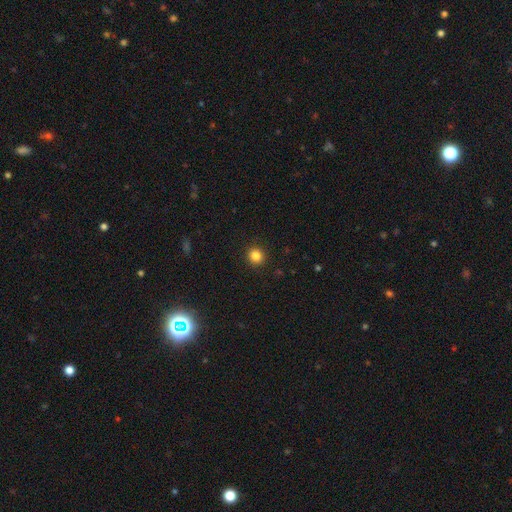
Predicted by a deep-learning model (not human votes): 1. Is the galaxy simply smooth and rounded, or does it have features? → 84% smooth, 12% star or artifact, 4% featured or disk.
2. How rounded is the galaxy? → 92% round, 7% in between, 1% cigar-shaped.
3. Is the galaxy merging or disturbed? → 92% none, 5% minor disturbance, 2% major disturbance, 1% merger.